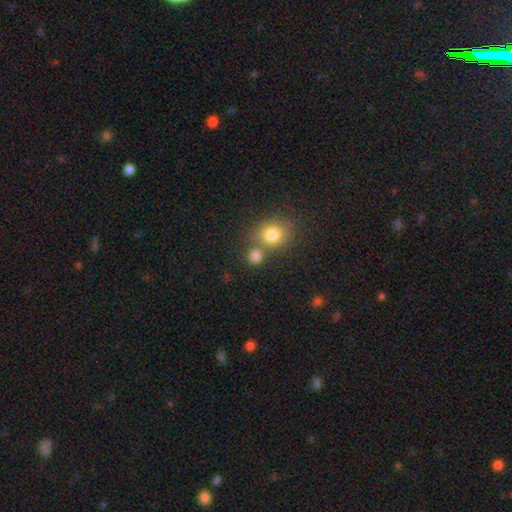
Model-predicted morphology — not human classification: The model was most divided on "merging": none: 58%, merger: 30%, minor disturbance: 8%, major disturbance: 3%. More confident: how rounded — round (84%); smooth or featured — smooth (81%).